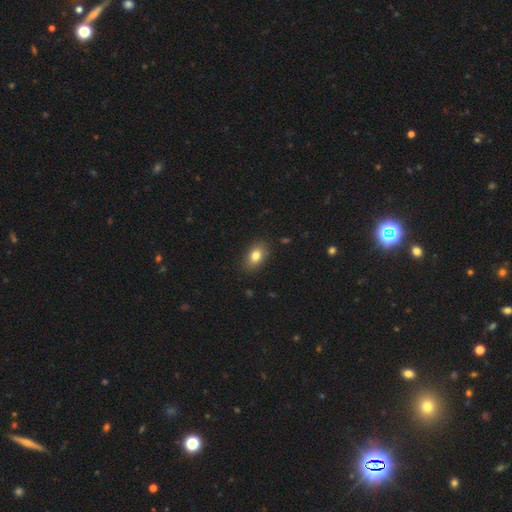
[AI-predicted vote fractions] The model was most divided on "how rounded": in between: 85%, round: 13%, cigar-shaped: 2%. More confident: merging — none (86%); smooth or featured — smooth (81%).